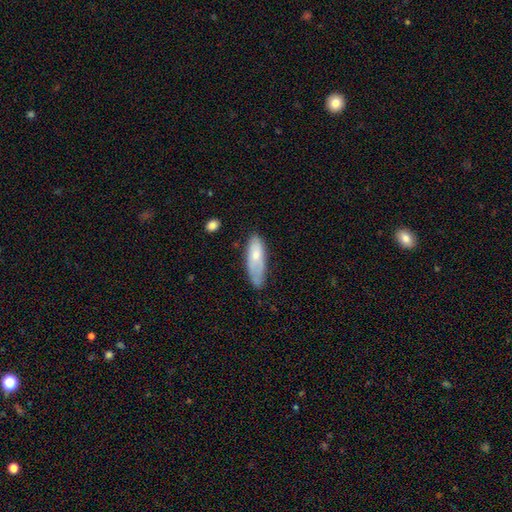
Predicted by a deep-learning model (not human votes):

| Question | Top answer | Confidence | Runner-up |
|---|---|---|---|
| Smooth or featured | smooth | 67% | featured or disk (27%) |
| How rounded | in between | 61% | cigar-shaped (37%) |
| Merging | none | 47% | minor disturbance (37%) |